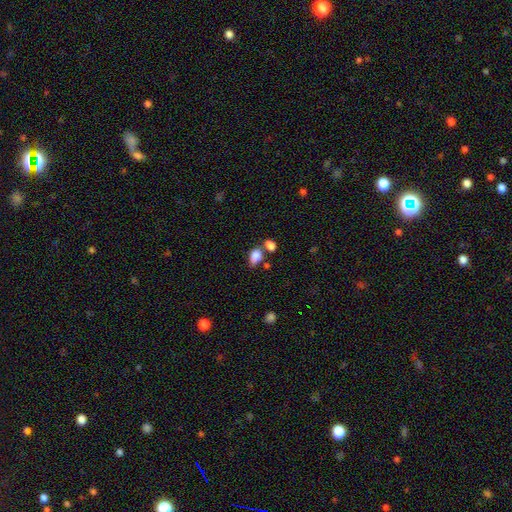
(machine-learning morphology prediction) The model was most divided on "merging": none: 42%, merger: 34%, minor disturbance: 17%, major disturbance: 7%. More confident: smooth or featured — smooth (83%); how rounded — in between (82%).